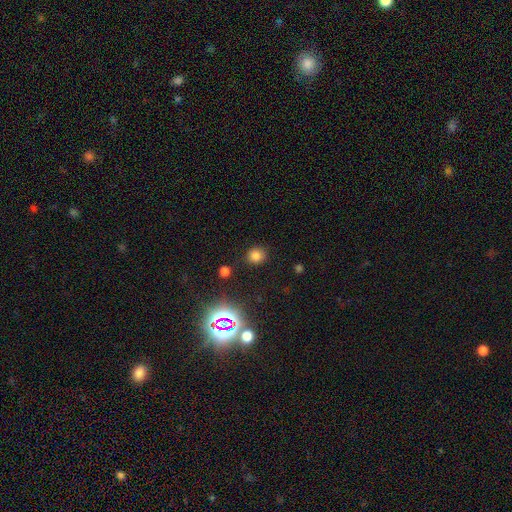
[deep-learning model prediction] A smooth galaxy with no disk features (75%) that is round (78%). Merging: none (85%).